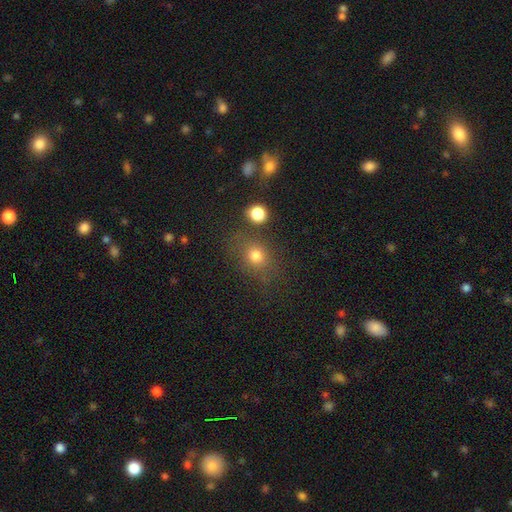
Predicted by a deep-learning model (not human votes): Q: Smooth or featured?
A: smooth (75%); runner-up: star or artifact (17%)
Q: How rounded?
A: round (65%); runner-up: in between (33%)
Q: Merging?
A: none (71%); runner-up: minor disturbance (14%)